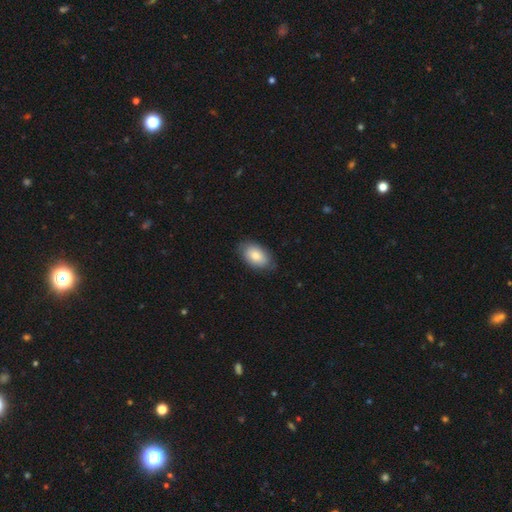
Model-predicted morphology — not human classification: This is clearly a smooth galaxy (83%). How rounded: clearly in between (93%). Merging: clearly none (81%).